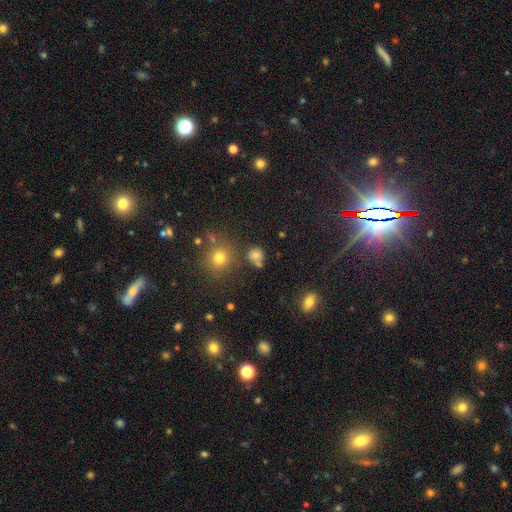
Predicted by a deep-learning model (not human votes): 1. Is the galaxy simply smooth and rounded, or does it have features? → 73% smooth, 18% star or artifact, 8% featured or disk.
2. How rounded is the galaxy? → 77% round, 22% in between, 1% cigar-shaped.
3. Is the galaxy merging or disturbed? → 63% none, 16% merger, 15% minor disturbance, 6% major disturbance.